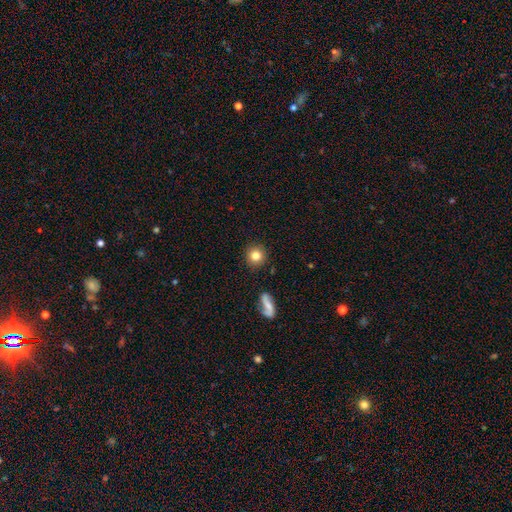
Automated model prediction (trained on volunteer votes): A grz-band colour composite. It shows a smooth galaxy with no disk features (80%) that is round (93%). Merging: none (89%).